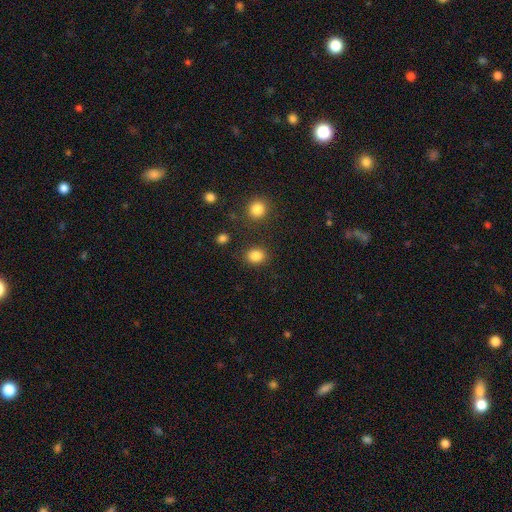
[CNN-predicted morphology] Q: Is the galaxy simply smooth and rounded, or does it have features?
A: smooth — 85%.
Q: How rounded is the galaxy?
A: round — 64%.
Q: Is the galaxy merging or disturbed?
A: none — 85%.